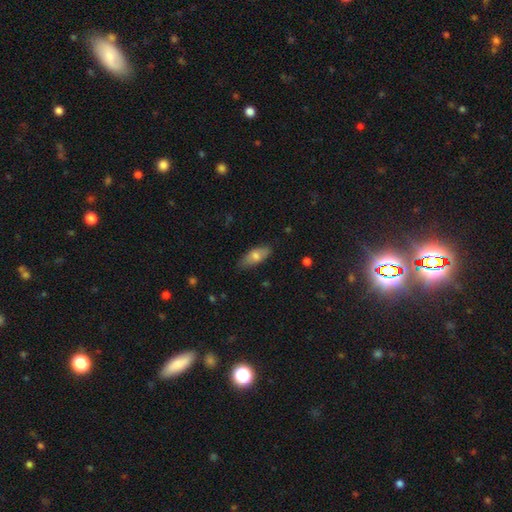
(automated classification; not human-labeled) This is likely a smooth galaxy (70%). How rounded: likely in between (79%). Merging: likely none (76%).